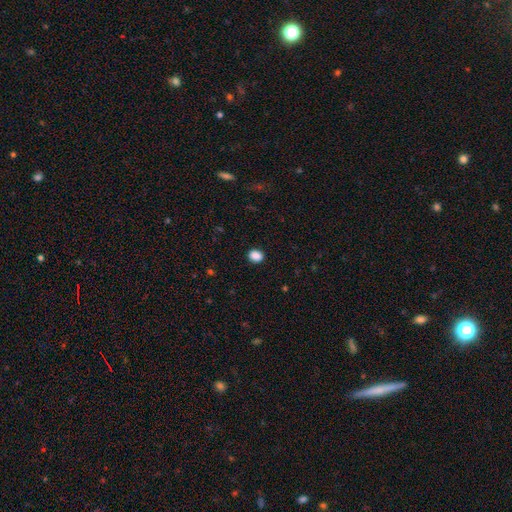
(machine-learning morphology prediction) Smooth or featured?
  - smooth: 88% *
  - star or artifact: 9%
  - featured or disk: 3%
How rounded?
  - round: 50% *
  - in between: 49%
  - cigar-shaped: 1%
Merging?
  - none: 89% *
  - minor disturbance: 7%
  - major disturbance: 2%
  - merger: 1%